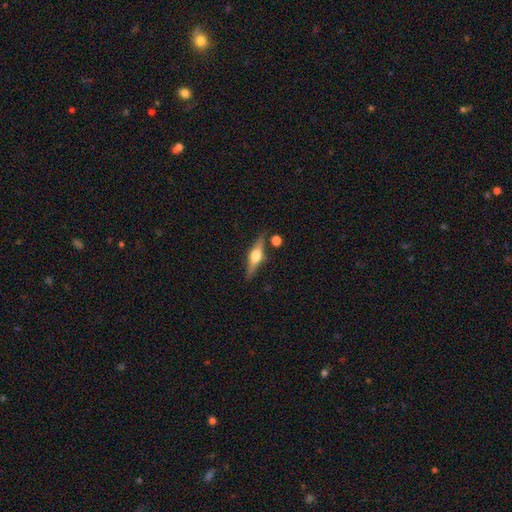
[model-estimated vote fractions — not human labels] Q: Smooth or featured?
A: featured or disk (71%); runner-up: smooth (22%)
Q: Edge-on disk?
A: yes (96%); runner-up: no (4%)
Q: Edge-on bulge?
A: rounded (94%); runner-up: boxy (4%)
Q: Merging?
A: none (82%); runner-up: minor disturbance (10%)